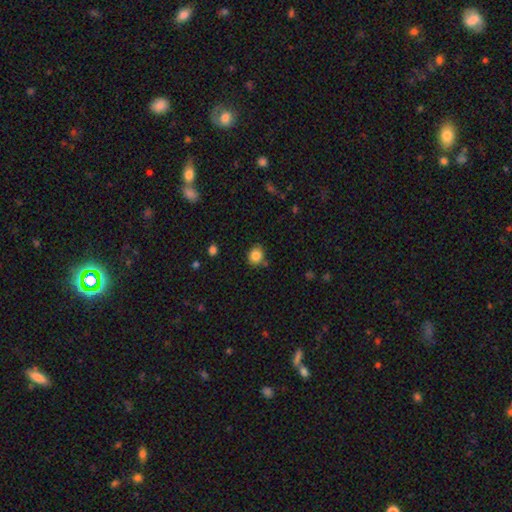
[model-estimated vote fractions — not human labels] Smooth or featured: smooth — 84% (star or artifact — 10%)
How rounded: round — 76% (in between — 23%)
Merging: none — 76% (minor disturbance — 16%)